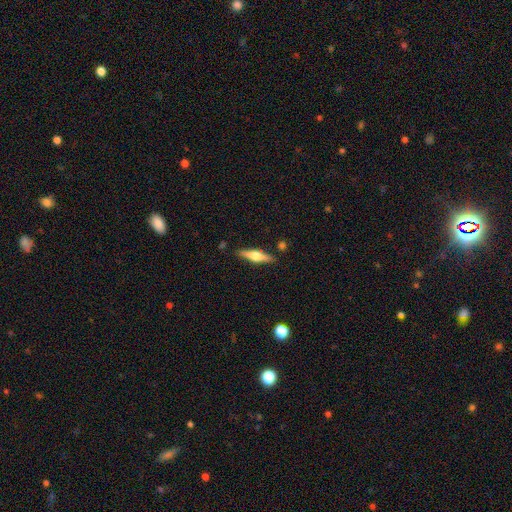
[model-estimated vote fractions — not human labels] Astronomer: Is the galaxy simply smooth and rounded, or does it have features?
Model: featured or disk — 60%.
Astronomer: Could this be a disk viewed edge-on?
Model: yes — 96%.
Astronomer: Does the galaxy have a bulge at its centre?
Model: rounded — 93%.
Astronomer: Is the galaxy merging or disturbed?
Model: none — 87%.